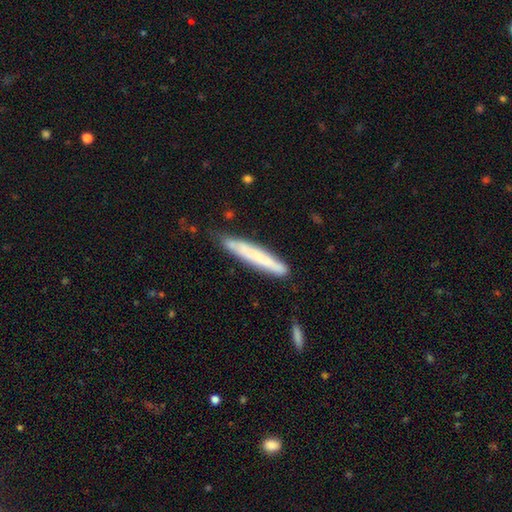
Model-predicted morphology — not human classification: The model was most divided on "smooth or featured": smooth: 63%, featured or disk: 31%, star or artifact: 6%. More confident: how rounded — cigar-shaped (94%); merging — none (74%).